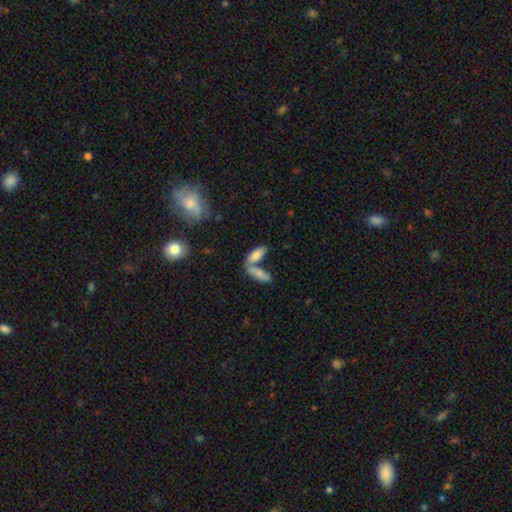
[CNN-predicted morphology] smooth 76%, featured or disk 15%, star or artifact 9%. Down the decision tree: how rounded — in between (72%); merging — merger (54%).